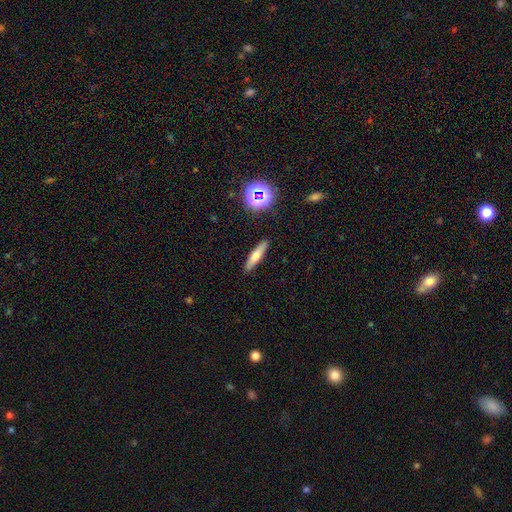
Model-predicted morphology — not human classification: Smooth or featured: smooth — 56% (featured or disk — 34%)
How rounded: cigar-shaped — 80% (in between — 17%)
Merging: none — 90% (minor disturbance — 7%)